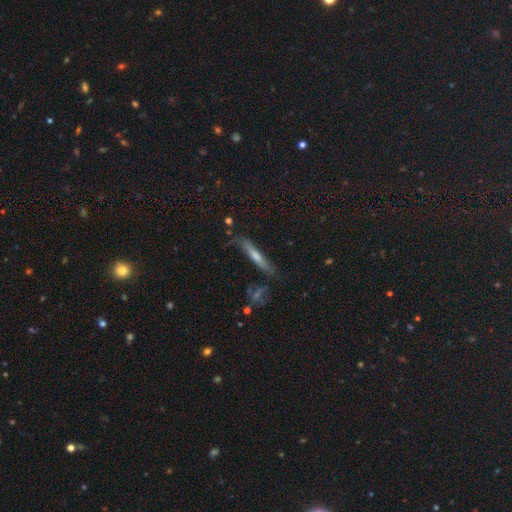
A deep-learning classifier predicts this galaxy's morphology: Smooth or featured?
  - featured or disk: 53% *
  - smooth: 36%
  - star or artifact: 10%
Edge-on disk?
  - yes: 87% *
  - no: 13%
Merging?
  - none: 68% *
  - minor disturbance: 20%
  - major disturbance: 7%
  - merger: 4%